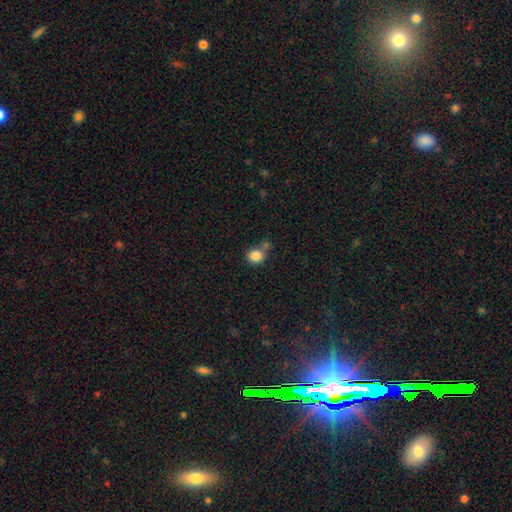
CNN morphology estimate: Smooth or featured? smooth (85%)
How rounded? round (75%)
Merging? none (57%)